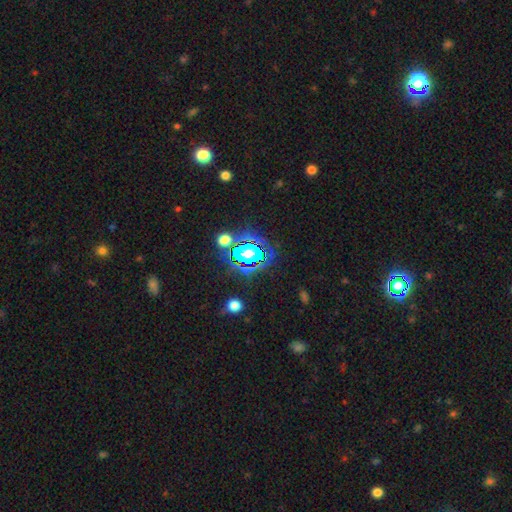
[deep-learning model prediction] Overall: star or artifact (80%).